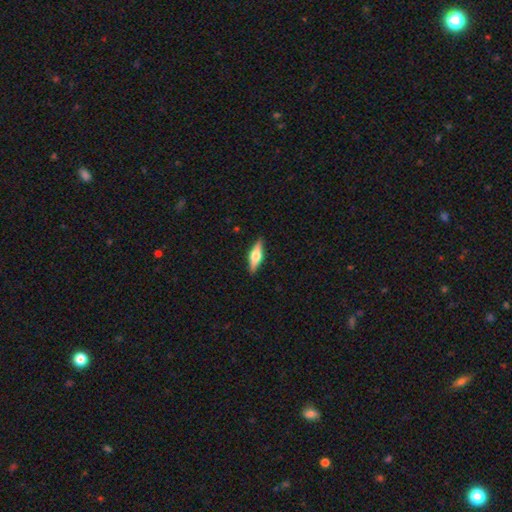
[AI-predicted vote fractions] Smooth or featured?
  - featured or disk: 58% *
  - smooth: 36%
  - star or artifact: 6%
Edge-on disk?
  - yes: 96% *
  - no: 4%
Edge-on bulge?
  - rounded: 91% *
  - boxy: 7%
  - none: 2%
Merging?
  - none: 89% *
  - minor disturbance: 8%
  - major disturbance: 2%
  - merger: 1%